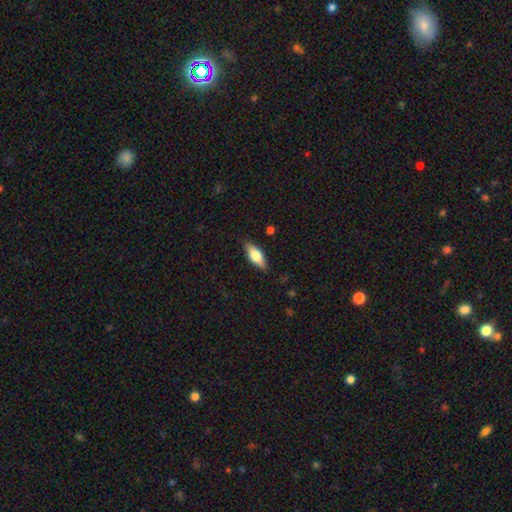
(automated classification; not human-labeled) Smooth or featured? smooth (64%)
How rounded? in between (73%)
Merging? none (85%)